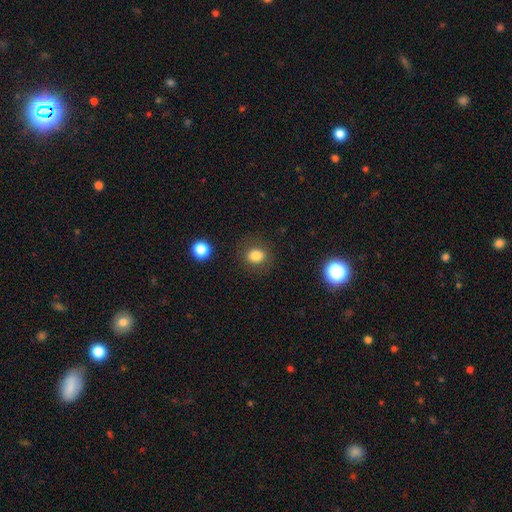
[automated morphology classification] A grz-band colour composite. It shows a smooth galaxy with no disk features (82%) that is round (68%). Merging: none (84%).